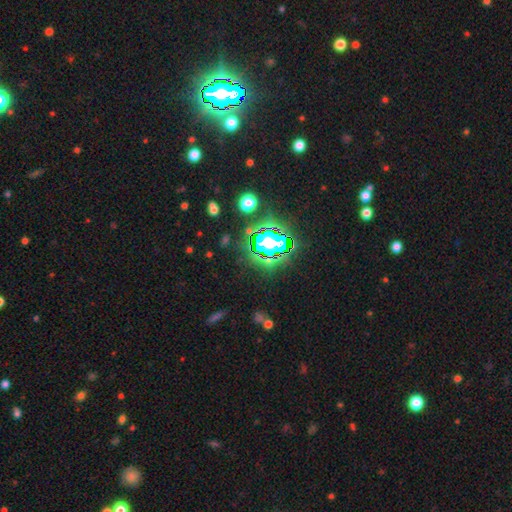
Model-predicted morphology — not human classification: Smooth or featured? Predicted: star or artifact (p=0.82).